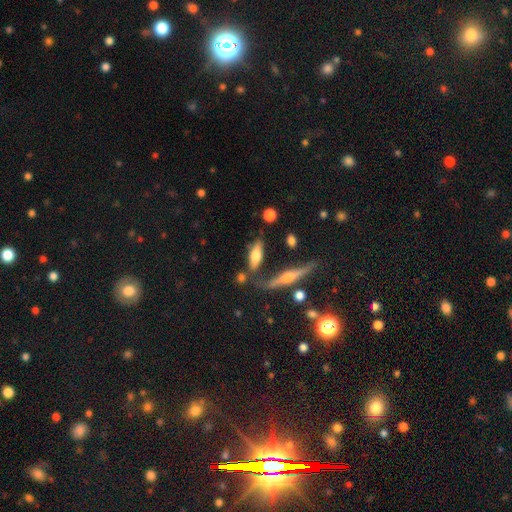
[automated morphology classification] A smooth galaxy with no disk features (54%) that is in between round and cigar-shaped (57%).

Vote fractions:
- Smooth or featured? smooth: 54% / featured or disk: 38% / star or artifact: 8%
- How rounded? in between: 57% / cigar-shaped: 40% / round: 3%
- Merging? none: 62% / minor disturbance: 17% / merger: 15% / major disturbance: 7%